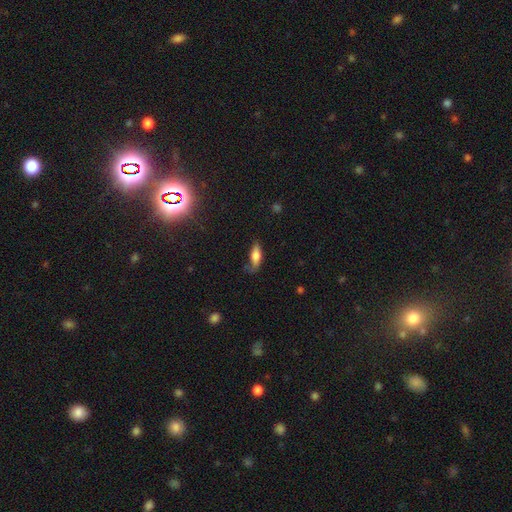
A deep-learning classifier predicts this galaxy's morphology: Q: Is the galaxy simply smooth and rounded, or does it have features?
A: smooth — 72%.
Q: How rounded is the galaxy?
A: in between — 66%.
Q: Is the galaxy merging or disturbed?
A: none — 57%.